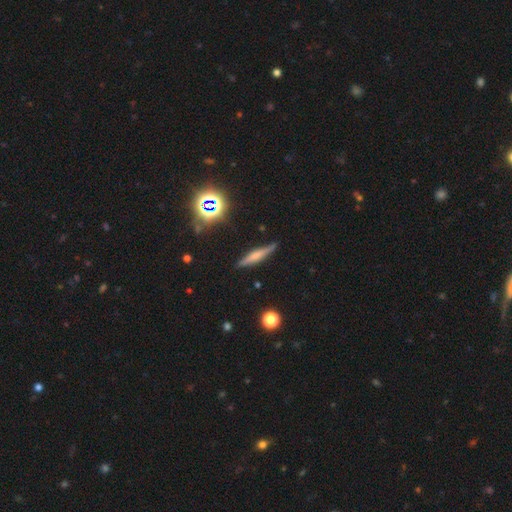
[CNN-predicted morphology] This is possibly a featured or disk galaxy (52%). It is clearly viewed edge-on (95%). Merging: clearly none (85%).